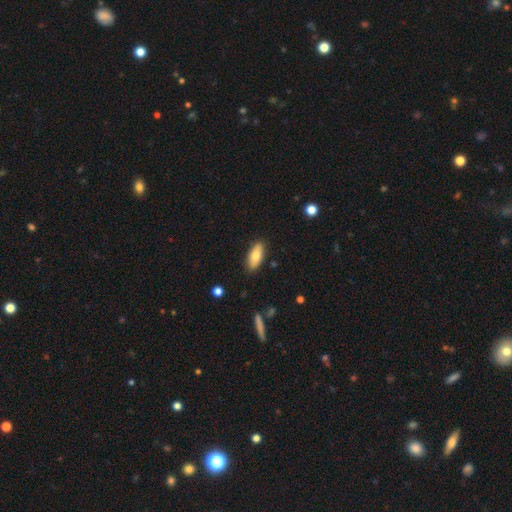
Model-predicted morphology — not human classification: smooth-or-featured: smooth: 77% | featured or disk: 17% | star or artifact: 6%
  how-rounded: in between: 83% | cigar-shaped: 14% | round: 2%
  merging: none: 87% | minor disturbance: 10% | major disturbance: 2% | merger: 1%